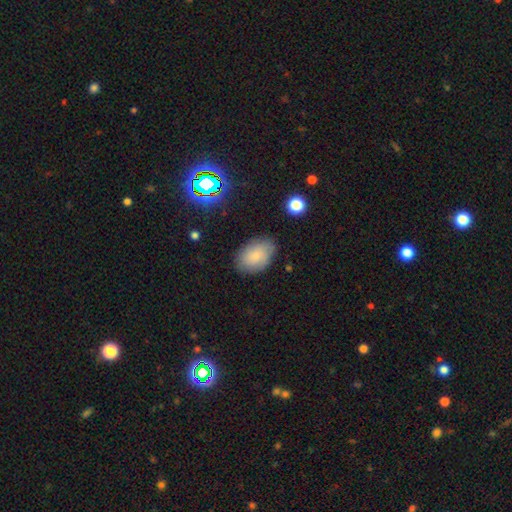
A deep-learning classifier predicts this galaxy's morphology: A smooth galaxy with no disk features (76%) that is in between round and cigar-shaped (87%). Merging: none (80%).